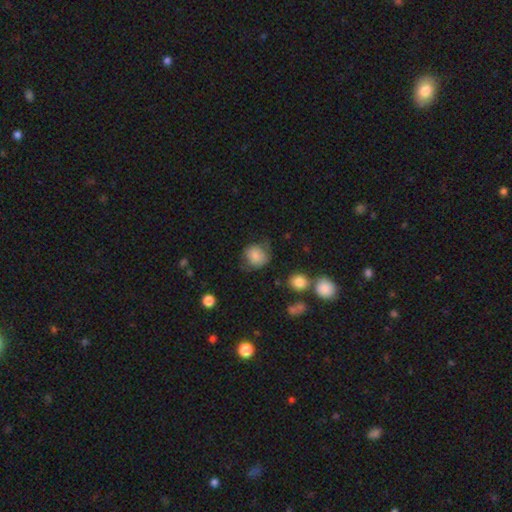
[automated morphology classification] This appears to be a smooth galaxy with no disk features (81%) that is round (79%). Merging: none (63%).